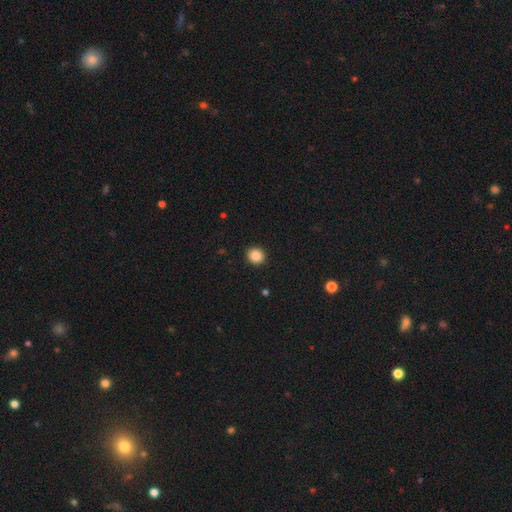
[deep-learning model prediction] Smooth or featured? Predicted: smooth (p=0.88). How rounded? Predicted: round (p=0.87). Merging? Predicted: none (p=0.91).